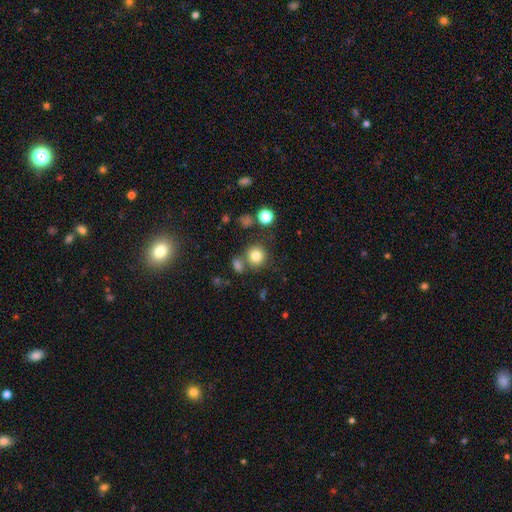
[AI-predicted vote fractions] smooth 81%, star or artifact 12%, featured or disk 7%. Down the decision tree: how rounded — round (90%); merging — none (72%).